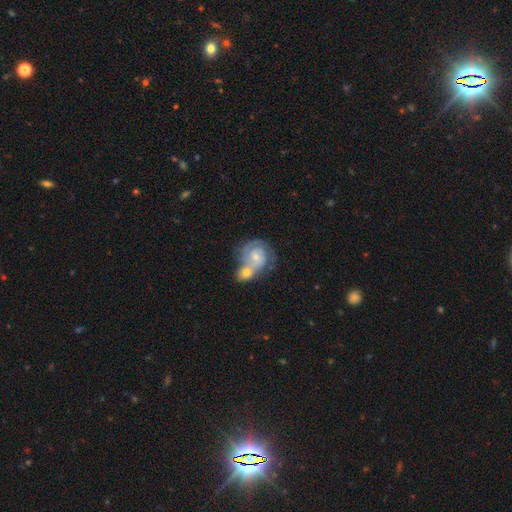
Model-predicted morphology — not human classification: This appears to be a featured or disk galaxy (67%) with no bar (68%), 2 (51%) tight (60%) spiral arms (86%) and a small central bulge (53%). Merging: merger (61%).